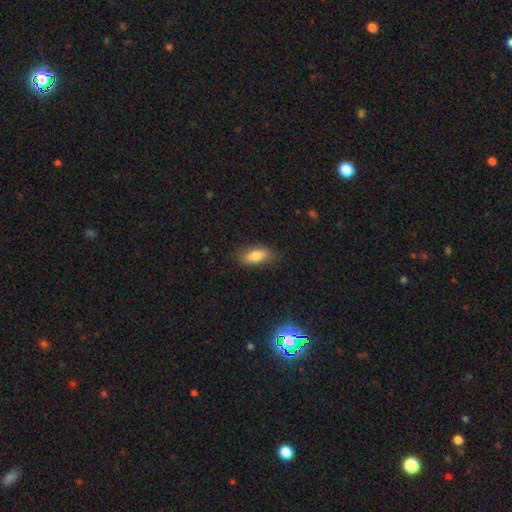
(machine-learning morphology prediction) The model was most divided on "how rounded": in between: 80%, cigar-shaped: 17%, round: 3%. More confident: merging — none (82%); smooth or featured — smooth (80%).